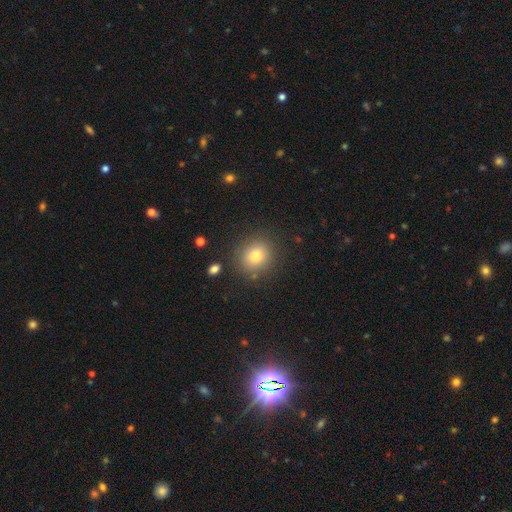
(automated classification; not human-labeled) Overall: smooth (79%). How rounded: round (80%). Merging: none (85%).